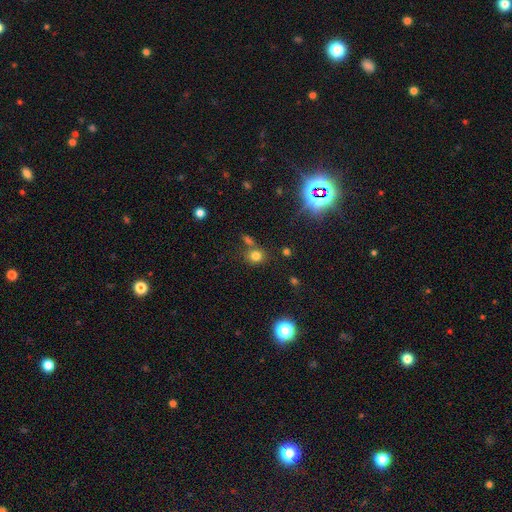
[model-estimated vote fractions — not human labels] smooth 74%, star or artifact 18%, featured or disk 7%. Down the decision tree: how rounded — round (76%); merging — none (68%).